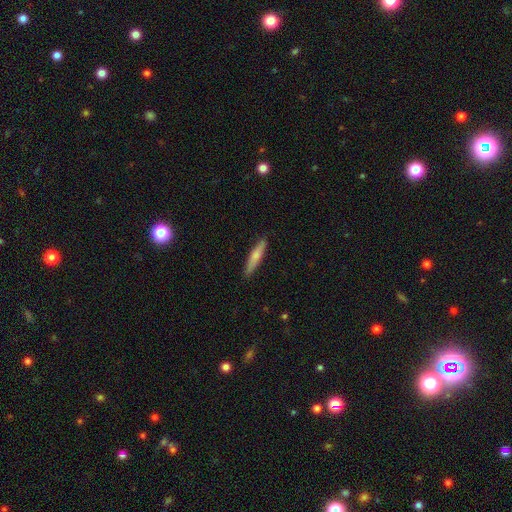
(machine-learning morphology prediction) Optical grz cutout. It shows a smooth galaxy with no disk features (67%) that is cigar-shaped (88%). Merging: none (89%).